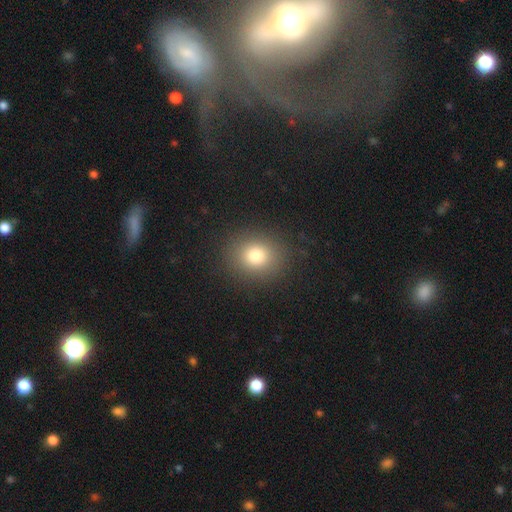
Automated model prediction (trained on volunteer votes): Smooth or featured? Predicted: smooth (p=0.78). How rounded? Predicted: round (p=0.70). Merging? Predicted: none (p=0.88).